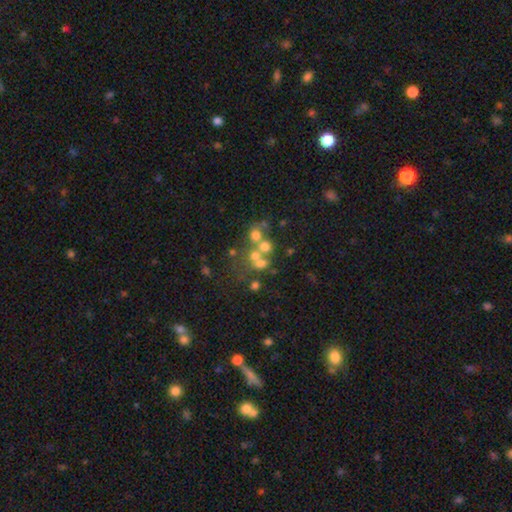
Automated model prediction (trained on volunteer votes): Q: Smooth or featured?
A: smooth (36%); runner-up: star or artifact (35%)
Q: Merging?
A: none (45%); runner-up: merger (40%)